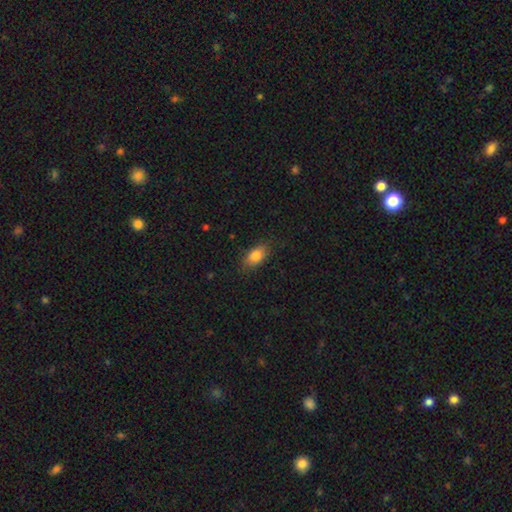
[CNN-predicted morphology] A smooth galaxy with no disk features (82%) that is in between round and cigar-shaped (86%). Merging: none (82%).